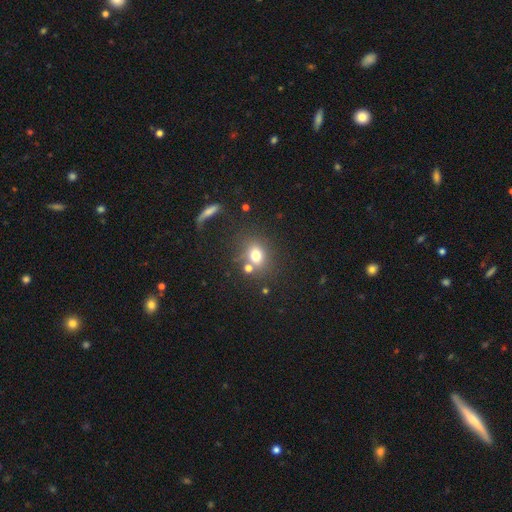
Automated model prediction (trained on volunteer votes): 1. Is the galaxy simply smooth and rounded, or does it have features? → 73% smooth, 14% star or artifact, 12% featured or disk.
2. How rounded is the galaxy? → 58% round, 40% in between, 2% cigar-shaped.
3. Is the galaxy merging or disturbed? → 62% none, 19% merger, 13% minor disturbance, 7% major disturbance.